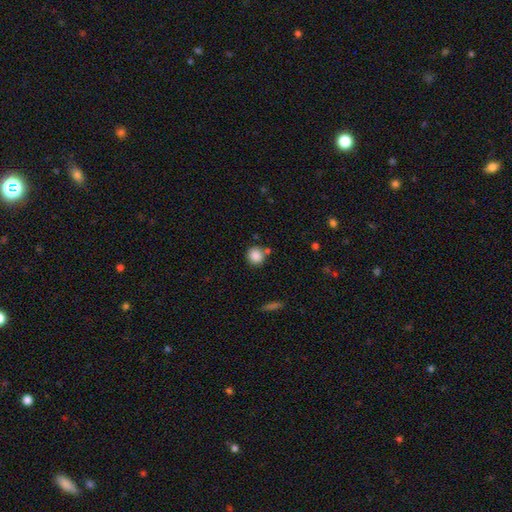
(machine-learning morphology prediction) Overall: smooth (87%). How rounded: round (89%). Merging: none (73%).